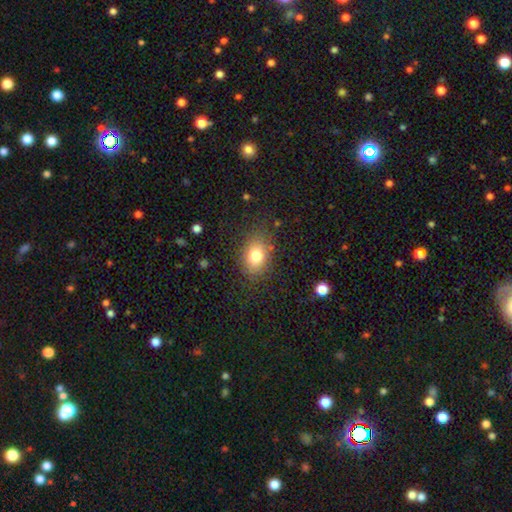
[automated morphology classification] The model was most divided on "how rounded": in between: 71%, round: 28%, cigar-shaped: 1%. More confident: merging — none (79%); smooth or featured — smooth (78%).